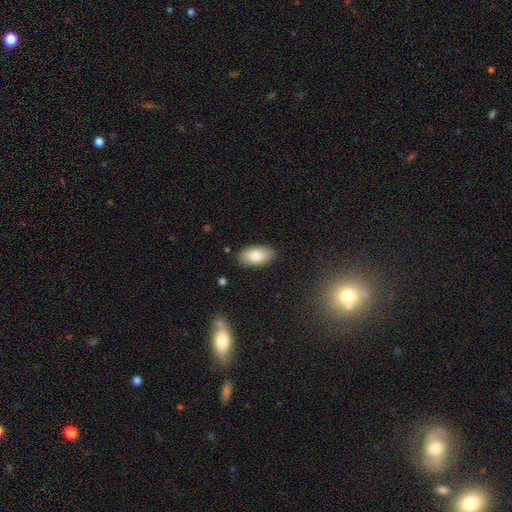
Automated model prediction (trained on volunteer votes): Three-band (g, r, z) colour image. It shows a smooth galaxy with no disk features (79%) that is in between round and cigar-shaped (94%). Merging: none (87%).